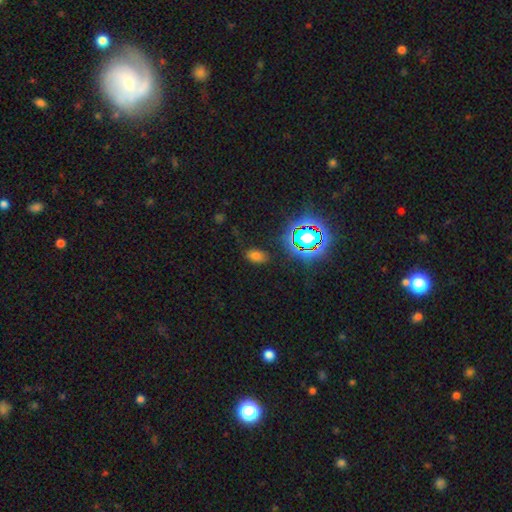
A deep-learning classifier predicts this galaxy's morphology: This is likely a smooth galaxy (65%). How rounded: clearly in between (88%). Merging: clearly none (80%).